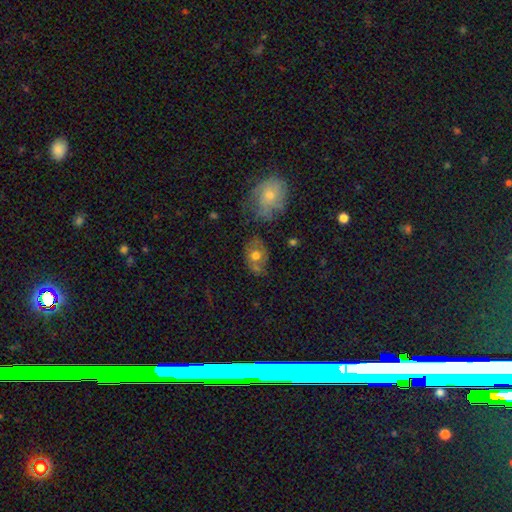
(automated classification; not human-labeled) Smooth or featured?
  - smooth: 56% *
  - featured or disk: 34%
  - star or artifact: 10%
How rounded?
  - in between: 62% *
  - round: 36%
  - cigar-shaped: 2%
Merging?
  - none: 59% *
  - minor disturbance: 21%
  - merger: 12%
  - major disturbance: 9%